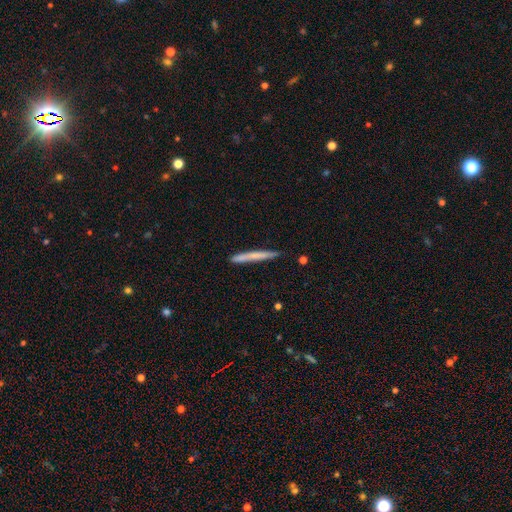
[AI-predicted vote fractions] smooth-or-featured: smooth: 64% | featured or disk: 31% | star or artifact: 5%
  how-rounded: cigar-shaped: 97% | in between: 2% | round: 1%
  merging: none: 85% | minor disturbance: 12% | major disturbance: 2% | merger: 2%